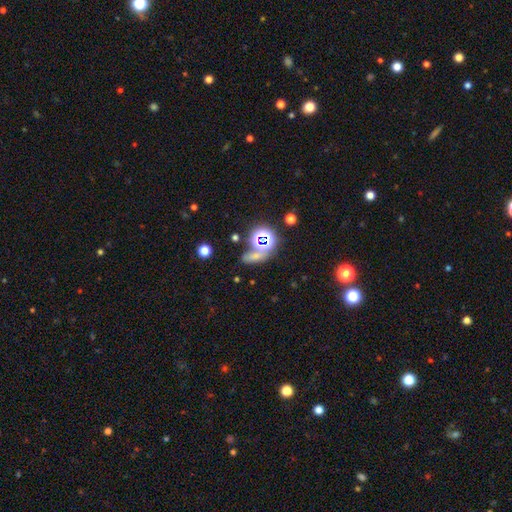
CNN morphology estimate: Smooth or featured? star or artifact (44%)